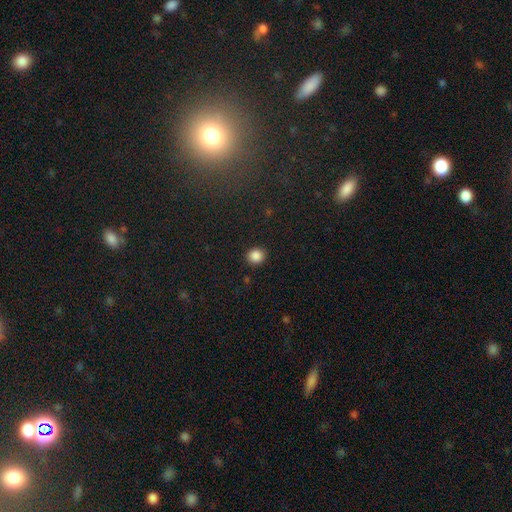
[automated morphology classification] Overall: smooth (87%). How rounded: round (85%). Merging: none (91%).